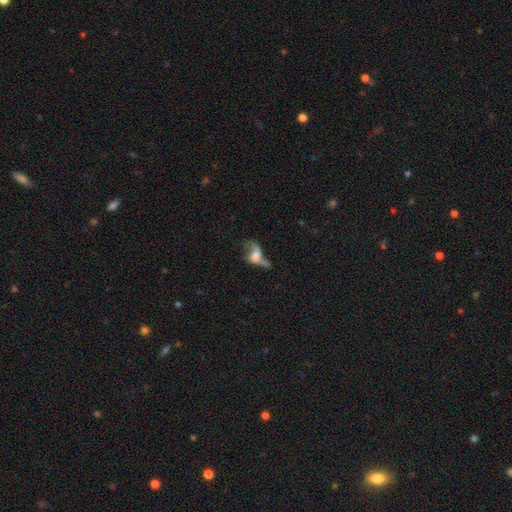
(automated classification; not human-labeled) smooth-or-featured: featured or disk: 53% | smooth: 35% | star or artifact: 12%
  disk-edge-on: no: 91% | yes: 9%
  merging: major disturbance: 38% | none: 24% | merger: 22% | minor disturbance: 15%